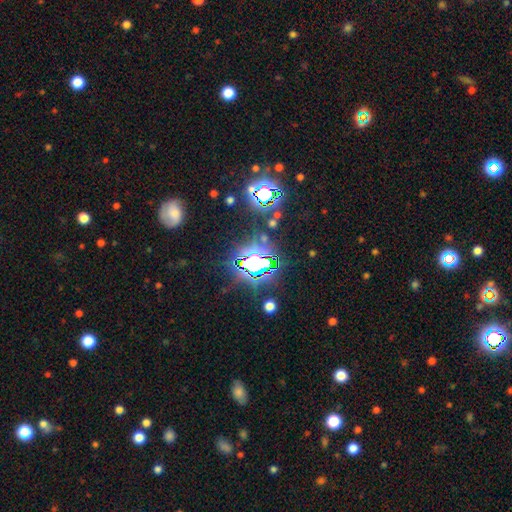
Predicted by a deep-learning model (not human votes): smooth_or_featured: star or artifact (p=0.79) [alt: smooth p=0.11]